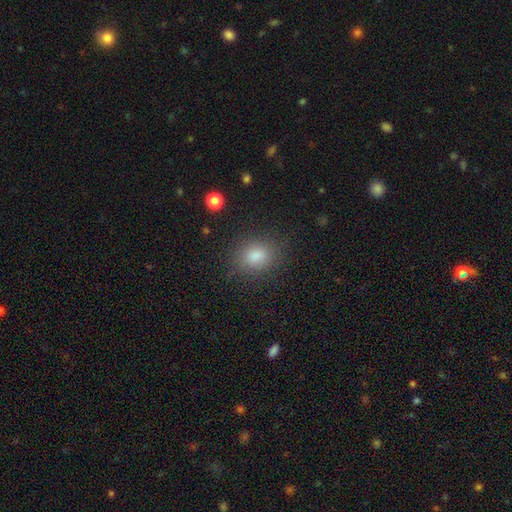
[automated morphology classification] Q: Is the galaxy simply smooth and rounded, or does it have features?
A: smooth — 81%.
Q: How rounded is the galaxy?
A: in between — 51%.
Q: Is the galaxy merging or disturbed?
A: none — 84%.